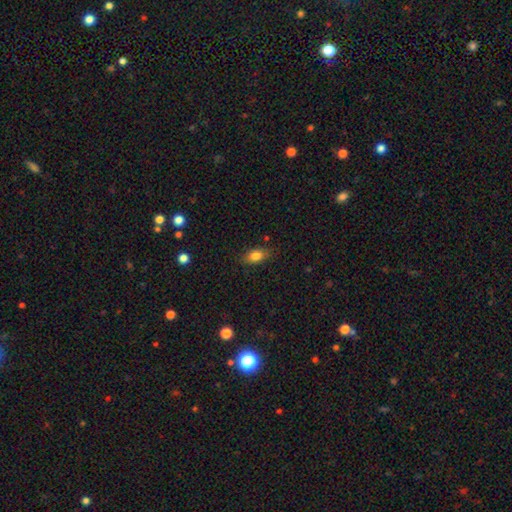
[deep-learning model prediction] Smooth or featured?
  - smooth: 81% *
  - featured or disk: 10%
  - star or artifact: 9%
How rounded?
  - in between: 84% *
  - round: 10%
  - cigar-shaped: 6%
Merging?
  - none: 82% *
  - minor disturbance: 14%
  - major disturbance: 3%
  - merger: 1%